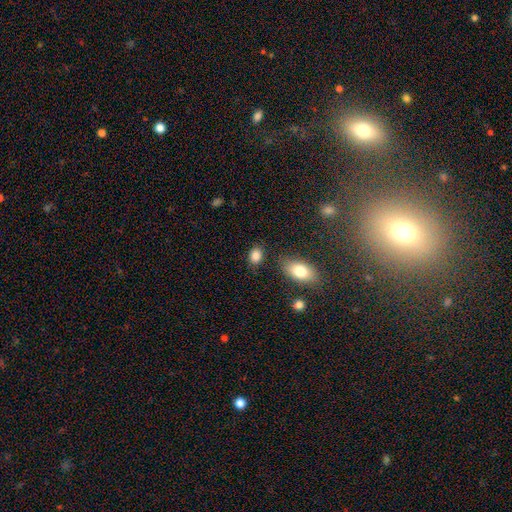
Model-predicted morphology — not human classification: This appears to be a smooth galaxy with no disk features (86%) that is in between round and cigar-shaped (70%). Merging: none (80%).